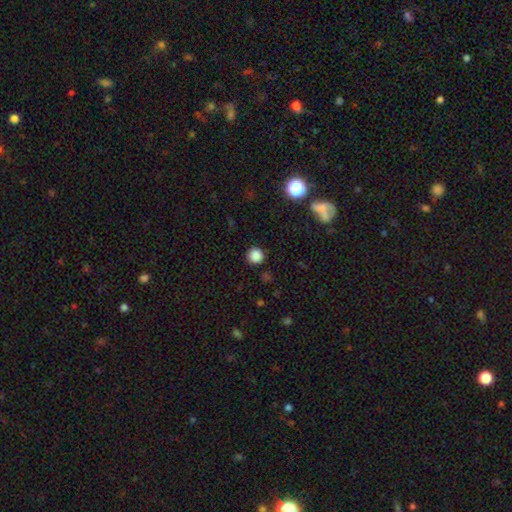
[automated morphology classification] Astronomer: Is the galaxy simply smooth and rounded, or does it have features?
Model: smooth — 85%.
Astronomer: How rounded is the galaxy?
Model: round — 95%.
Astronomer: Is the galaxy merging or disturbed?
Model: none — 91%.